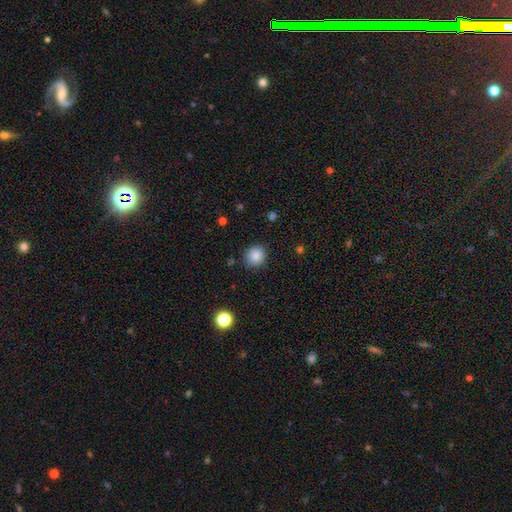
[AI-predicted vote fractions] Smooth or featured?
  - smooth: 86% *
  - star or artifact: 10%
  - featured or disk: 5%
How rounded?
  - round: 78% *
  - in between: 21%
  - cigar-shaped: 1%
Merging?
  - none: 86% *
  - minor disturbance: 10%
  - major disturbance: 3%
  - merger: 2%